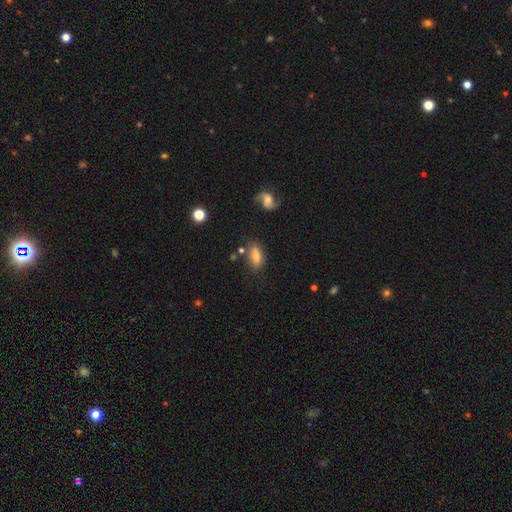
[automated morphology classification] smooth-or-featured: smooth: 75% | featured or disk: 16% | star or artifact: 8%
  how-rounded: in between: 85% | cigar-shaped: 8% | round: 6%
  merging: none: 73% | minor disturbance: 16% | merger: 6% | major disturbance: 5%